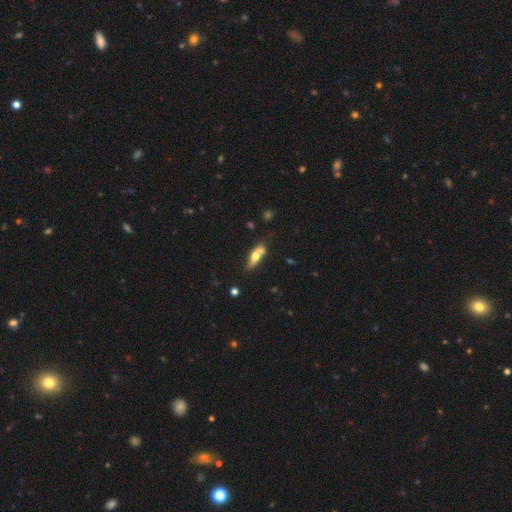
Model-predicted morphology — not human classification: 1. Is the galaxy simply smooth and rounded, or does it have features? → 58% smooth, 35% featured or disk, 7% star or artifact.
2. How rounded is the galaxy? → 55% in between, 42% cigar-shaped, 3% round.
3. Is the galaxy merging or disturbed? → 60% none, 19% minor disturbance, 16% merger, 5% major disturbance.